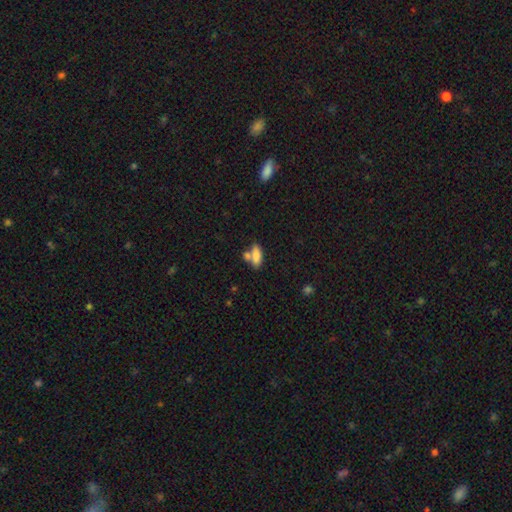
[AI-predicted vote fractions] smooth_or_featured: smooth (p=0.80) [alt: featured or disk p=0.13]
how_rounded: in between (p=0.73) [alt: cigar-shaped p=0.23]
merging: none (p=0.47) [alt: merger p=0.35]